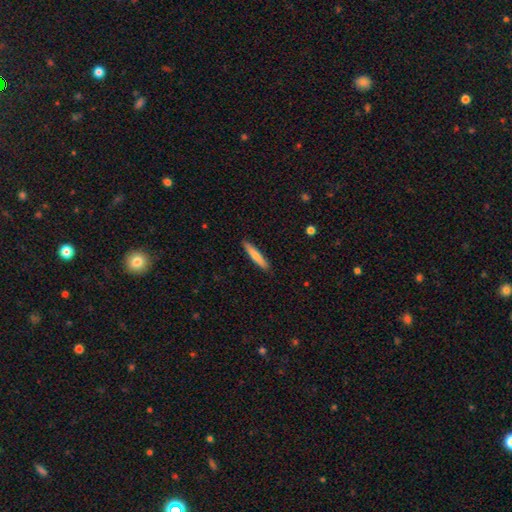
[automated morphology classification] A smooth galaxy with no disk features (75%) that is cigar-shaped (91%). Merging: none (90%).